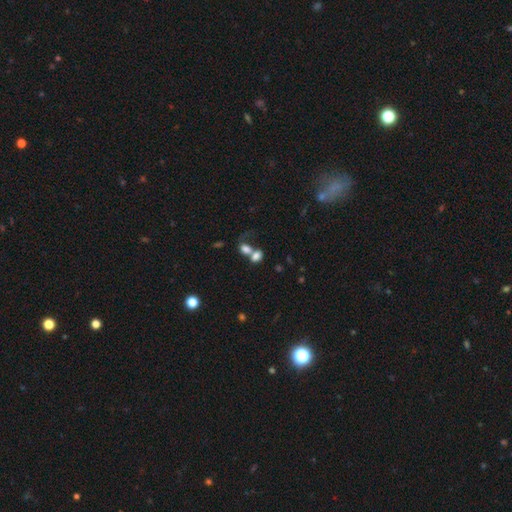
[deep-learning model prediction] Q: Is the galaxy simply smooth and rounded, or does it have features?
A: smooth — 74%.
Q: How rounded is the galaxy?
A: in between — 69%.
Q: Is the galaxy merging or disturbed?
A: merger — 66%.